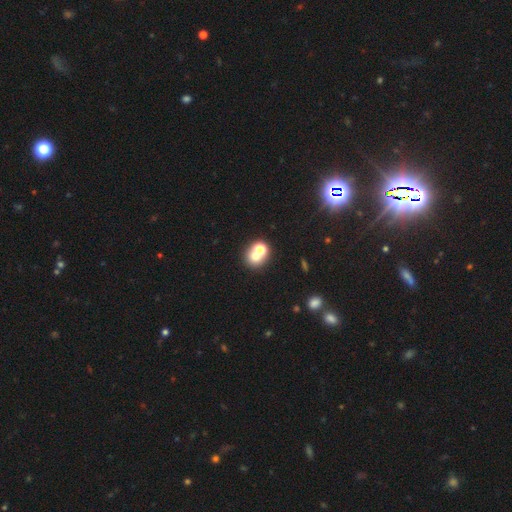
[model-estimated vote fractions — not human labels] Q: Smooth or featured?
A: smooth (65%); runner-up: featured or disk (19%)
Q: How rounded?
A: round (70%); runner-up: in between (29%)
Q: Merging?
A: merger (50%); runner-up: none (38%)